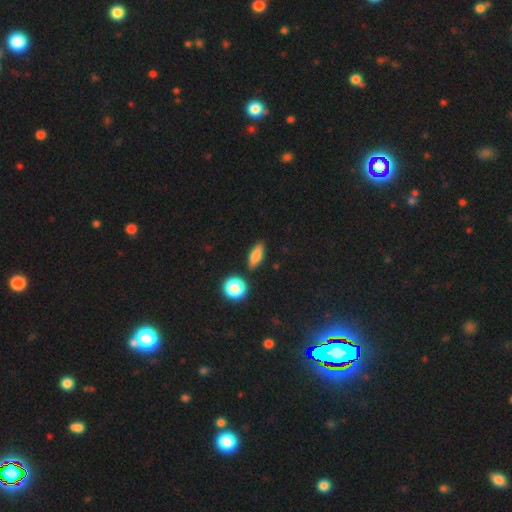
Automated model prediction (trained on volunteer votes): smooth-or-featured: smooth: 76% | featured or disk: 14% | star or artifact: 10%
  how-rounded: in between: 66% | cigar-shaped: 24% | round: 10%
  merging: none: 82% | minor disturbance: 11% | merger: 4% | major disturbance: 3%